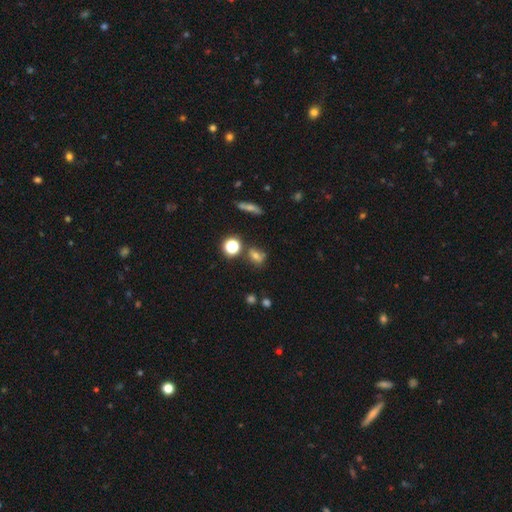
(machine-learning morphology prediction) Smooth or featured? smooth (59%)
How rounded? round (50%)
Merging? none (66%)